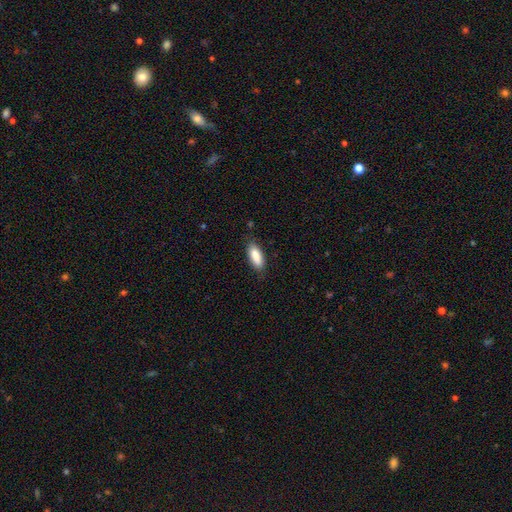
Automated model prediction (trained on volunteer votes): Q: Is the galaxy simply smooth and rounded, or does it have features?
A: smooth — 87%.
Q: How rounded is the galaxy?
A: in between — 74%.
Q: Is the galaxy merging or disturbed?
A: none — 81%.